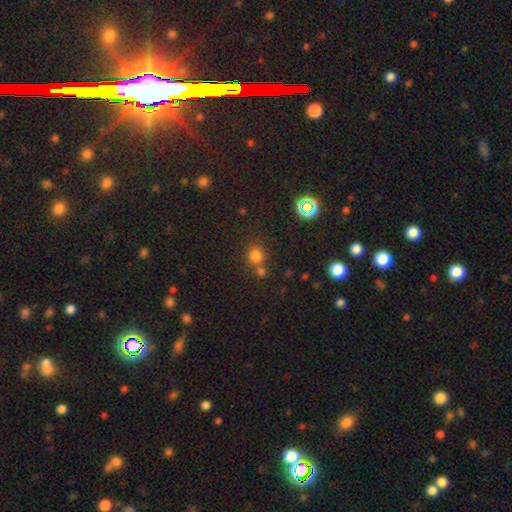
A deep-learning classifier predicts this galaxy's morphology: Smooth or featured?
  - smooth: 72% *
  - star or artifact: 22%
  - featured or disk: 6%
How rounded?
  - round: 86% *
  - in between: 13%
  - cigar-shaped: 1%
Merging?
  - none: 61% *
  - merger: 27%
  - minor disturbance: 9%
  - major disturbance: 4%